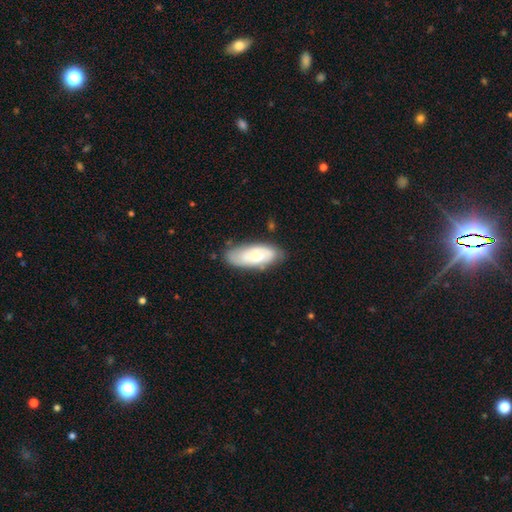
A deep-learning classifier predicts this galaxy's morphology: type=smooth (64%); roundness=in between (80%); merging=none (70%).